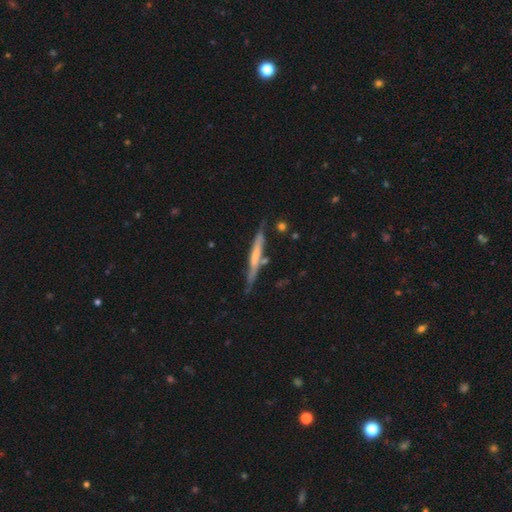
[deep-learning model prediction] Smooth or featured? Predicted: featured or disk (p=0.50). Edge-on disk? Predicted: yes (p=0.92). Merging? Predicted: none (p=0.73).